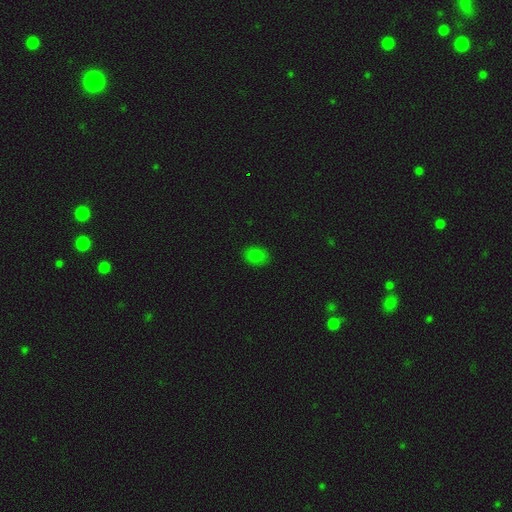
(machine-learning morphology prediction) Smooth or featured? Predicted: smooth (p=0.81). How rounded? Predicted: in between (p=0.61). Merging? Predicted: none (p=0.86).